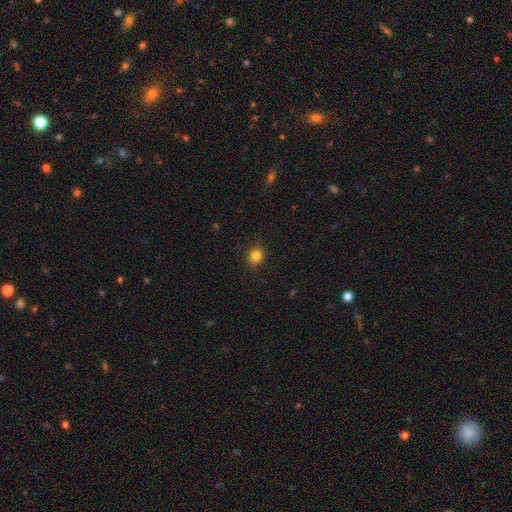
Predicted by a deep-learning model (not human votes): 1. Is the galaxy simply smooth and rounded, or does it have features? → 83% smooth, 12% star or artifact, 5% featured or disk.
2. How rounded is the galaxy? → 70% round, 29% in between, 1% cigar-shaped.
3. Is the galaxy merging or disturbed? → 89% none, 8% minor disturbance, 2% major disturbance, 1% merger.